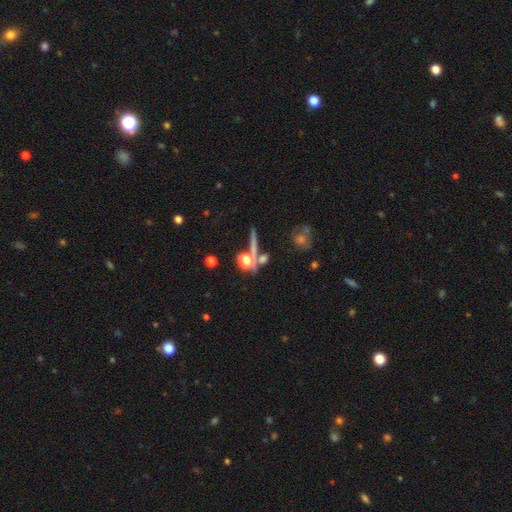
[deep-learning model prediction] A smooth galaxy with no disk features (51%) that is round (56%). Merging: none (64%).